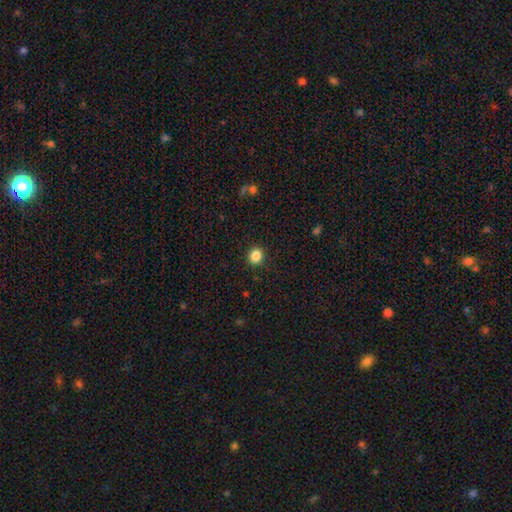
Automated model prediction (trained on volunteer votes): Overall: smooth (85%). How rounded: round (79%). Merging: none (90%).